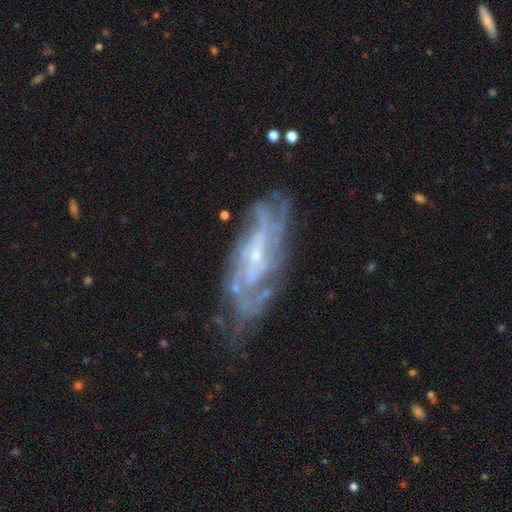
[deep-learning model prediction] Smooth or featured: featured or disk — 83% (smooth — 10%)
Edge-on disk: no — 88% (yes — 12%)
Bar: no — 53% (weak — 36%)
Spiral arms: yes — 89% (no — 11%)
Spiral winding: tight — 56% (medium — 34%)
Spiral arm count: can't tell — 50% (2 — 14%)
Bulge size: small — 72% (moderate — 20%)
Merging: none — 63% (minor disturbance — 22%)